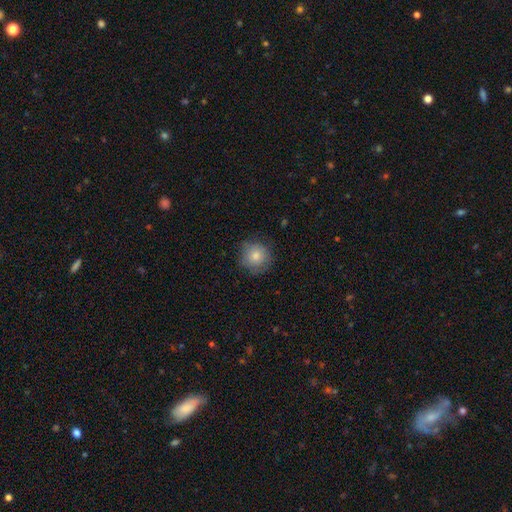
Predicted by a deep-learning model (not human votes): This is clearly a smooth galaxy (82%). How rounded: clearly round (93%). Merging: likely none (79%).